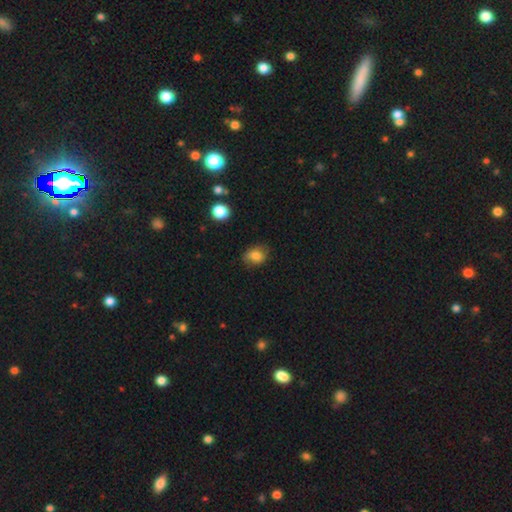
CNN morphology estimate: This appears to be a smooth galaxy with no disk features (79%) that is in between round and cigar-shaped (57%). Merging: none (70%).